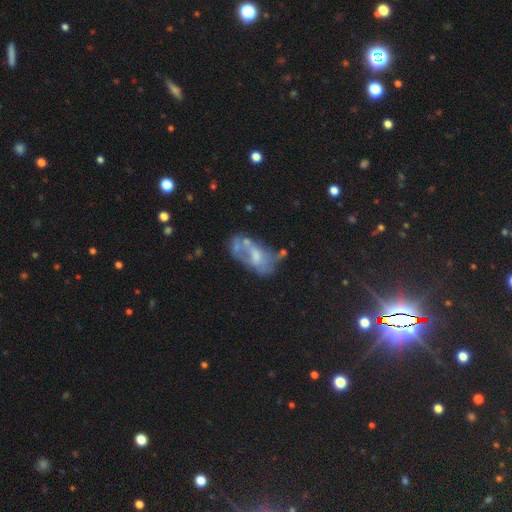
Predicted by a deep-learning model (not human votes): This is possibly a featured or disk galaxy (56%). It is clearly not viewed edge-on (94%). Bar: likely no (65%). Spiral arm pattern: likely no (74%). Central bulge: marginally moderate (39%). Merging: marginally none (35%).